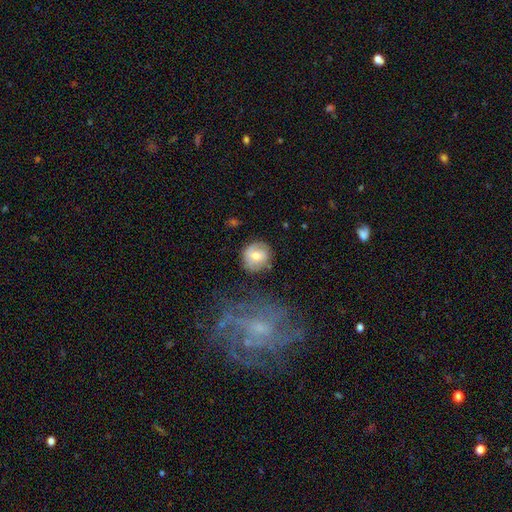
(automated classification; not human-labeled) This is possibly a smooth galaxy (58%). How rounded: clearly round (84%). Merging: likely none (72%).